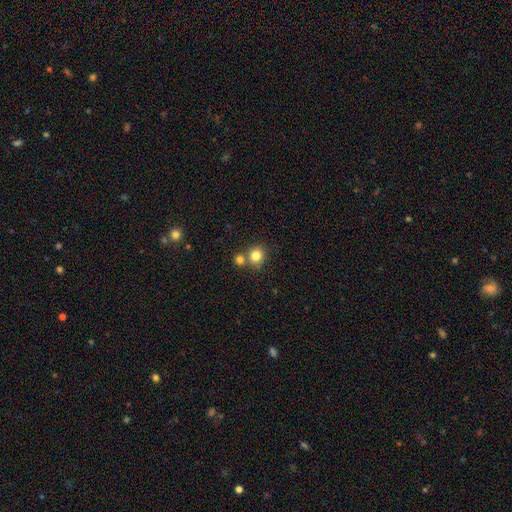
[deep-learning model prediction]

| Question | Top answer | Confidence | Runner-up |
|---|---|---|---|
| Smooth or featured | smooth | 81% | star or artifact (11%) |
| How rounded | round | 86% | in between (13%) |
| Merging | none | 63% | merger (26%) |